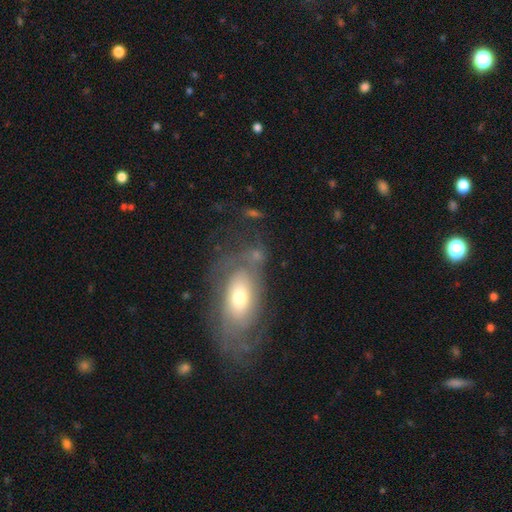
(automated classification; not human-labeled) Morphology: type=featured or disk (59%); edge-on=no (90%); bar=no (74%); spiral arms=yes (64%); bulge=moderate (62%); merging=none (54%).